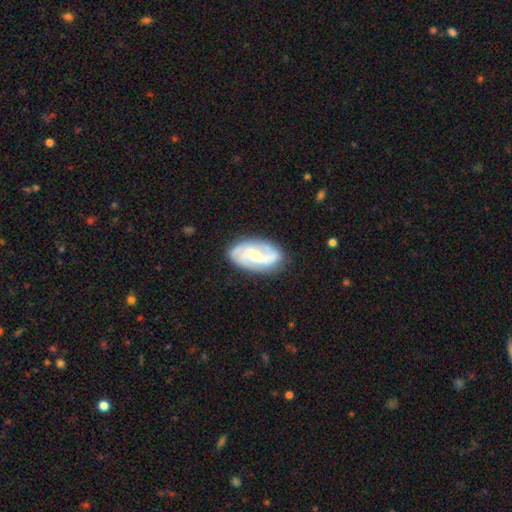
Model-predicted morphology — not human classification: This appears to be a featured or disk galaxy (79%) with a weak bar (48%), 2 (61%) medium (46%) spiral arms (95%) and a small central bulge (45%, tied with moderate). Merging: none (78%).